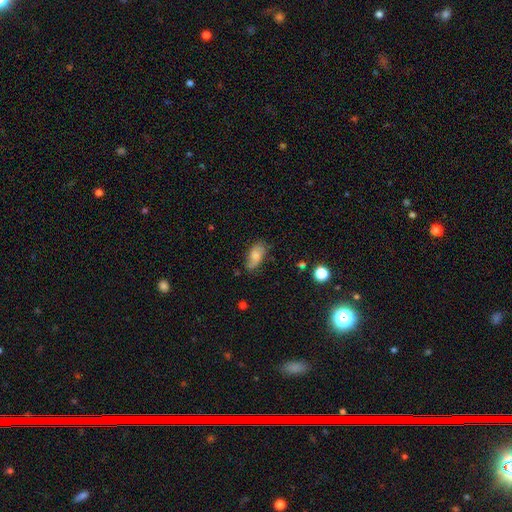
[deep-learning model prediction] smooth-or-featured: smooth: 68% | featured or disk: 23% | star or artifact: 9%
  how-rounded: in between: 90% | cigar-shaped: 6% | round: 5%
  merging: none: 61% | minor disturbance: 29% | major disturbance: 8% | merger: 2%